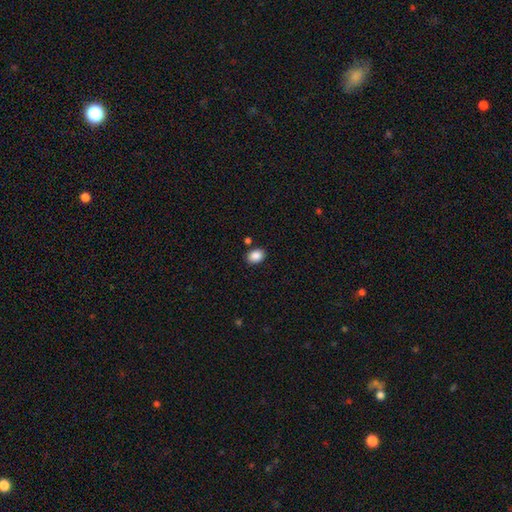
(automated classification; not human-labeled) Smooth or featured?
  - smooth: 88% *
  - star or artifact: 8%
  - featured or disk: 3%
How rounded?
  - in between: 70% *
  - round: 29%
  - cigar-shaped: 1%
Merging?
  - none: 85% *
  - minor disturbance: 9%
  - merger: 4%
  - major disturbance: 2%